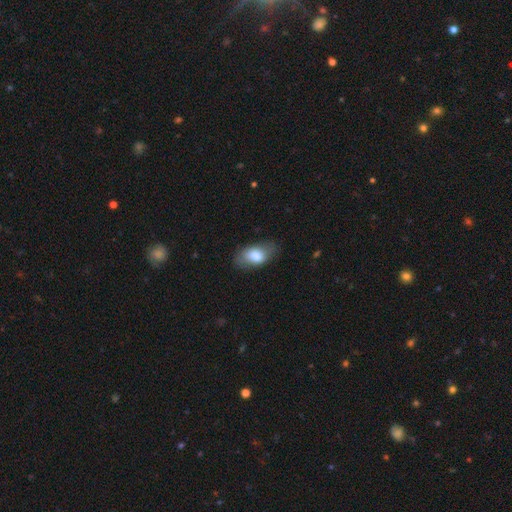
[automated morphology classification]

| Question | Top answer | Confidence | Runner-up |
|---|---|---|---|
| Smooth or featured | smooth | 76% | featured or disk (17%) |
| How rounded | in between | 91% | round (6%) |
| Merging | none | 77% | minor disturbance (17%) |